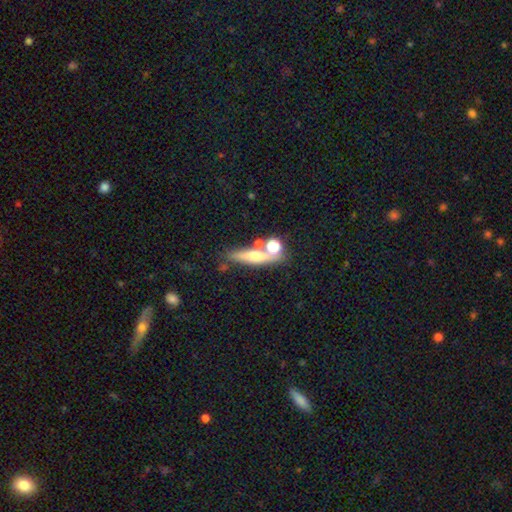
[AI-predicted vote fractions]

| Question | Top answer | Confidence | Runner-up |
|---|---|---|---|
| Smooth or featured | smooth | 56% | featured or disk (31%) |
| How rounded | cigar-shaped | 63% | in between (24%) |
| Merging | none | 60% | merger (21%) |